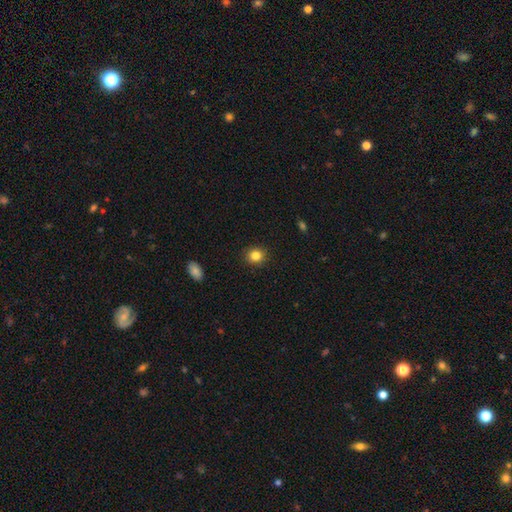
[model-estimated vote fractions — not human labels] A smooth galaxy with no disk features (84%) that is round (79%).

Vote fractions:
- Smooth or featured? smooth: 84% / star or artifact: 11% / featured or disk: 6%
- How rounded? round: 79% / in between: 20% / cigar-shaped: 1%
- Merging? none: 91% / minor disturbance: 6% / major disturbance: 2% / merger: 1%